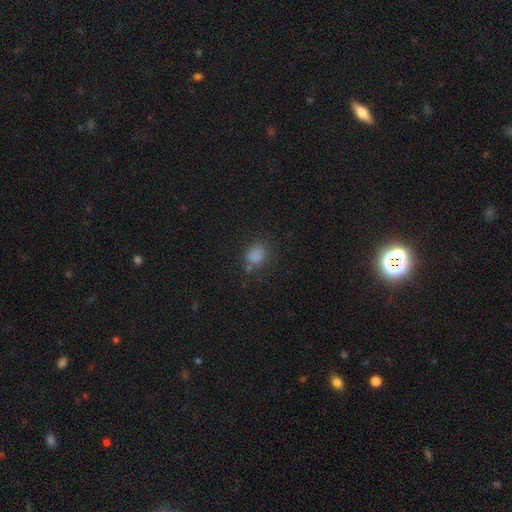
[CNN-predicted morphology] The model was most divided on "how rounded": round: 57%, in between: 41%, cigar-shaped: 1%. More confident: smooth or featured — smooth (79%); merging — none (67%).